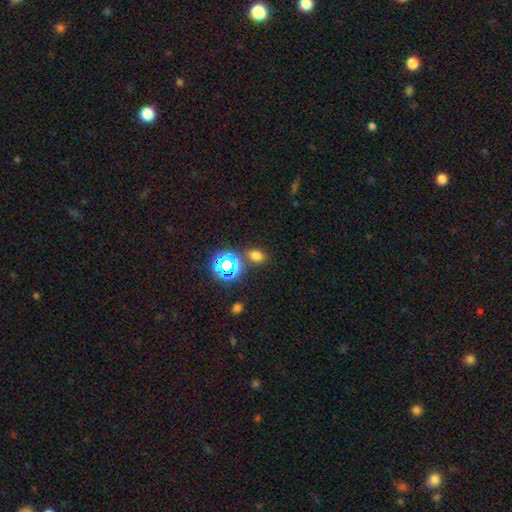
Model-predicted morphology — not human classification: Smooth or featured? smooth (67%)
How rounded? in between (59%)
Merging? none (79%)